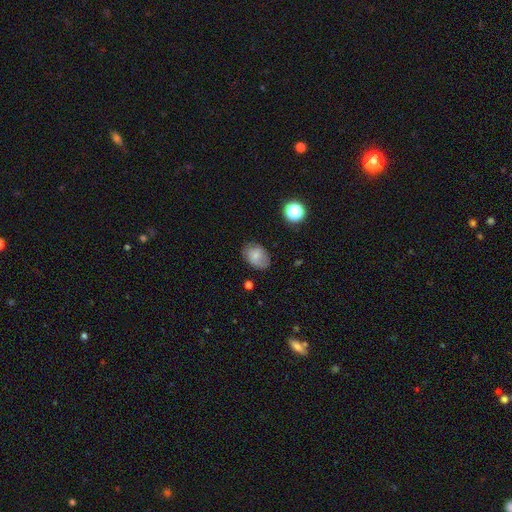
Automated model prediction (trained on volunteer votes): Overall: smooth (75%). How rounded: in between (78%). Merging: none (72%).